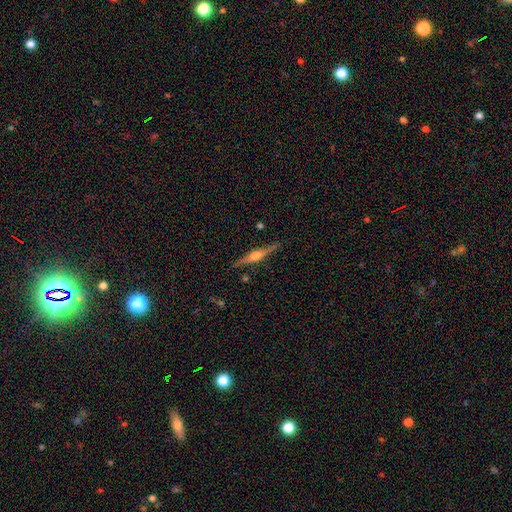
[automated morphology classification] featured or disk 80%, smooth 14%, star or artifact 6%. Down the decision tree: edge-on disk — yes (98%); edge-on bulge — rounded (91%); merging — none (88%).